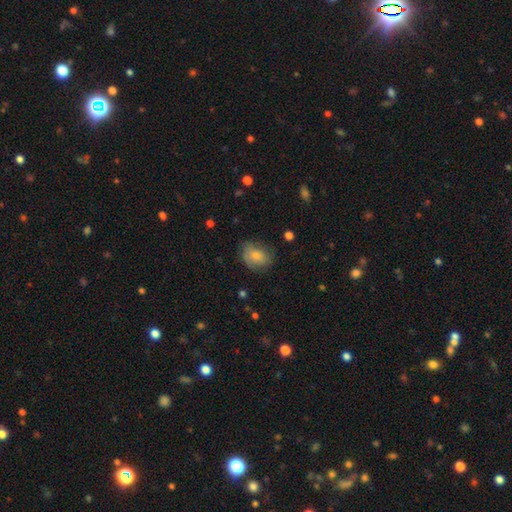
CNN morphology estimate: Smooth or featured?
  - smooth: 73% *
  - featured or disk: 19%
  - star or artifact: 8%
How rounded?
  - in between: 55% *
  - round: 44%
  - cigar-shaped: 1%
Merging?
  - none: 62% *
  - minor disturbance: 27%
  - major disturbance: 9%
  - merger: 1%